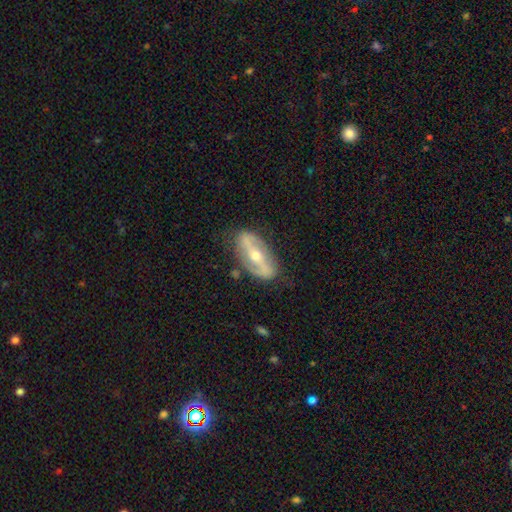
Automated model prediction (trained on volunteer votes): Q: Smooth or featured?
A: featured or disk (78%); runner-up: smooth (17%)
Q: Edge-on disk?
A: no (86%); runner-up: yes (14%)
Q: Bar?
A: strong (63%); runner-up: weak (20%)
Q: Spiral arms?
A: yes (68%); runner-up: no (32%)
Q: Bulge size?
A: moderate (61%); runner-up: small (35%)
Q: Merging?
A: none (78%); runner-up: minor disturbance (15%)